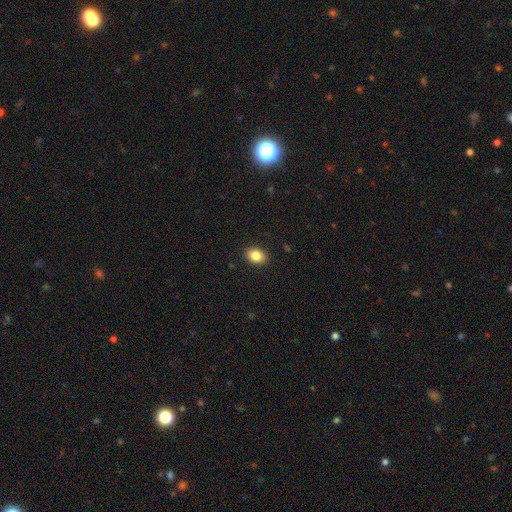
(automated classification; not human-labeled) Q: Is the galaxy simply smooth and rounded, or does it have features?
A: smooth — 85%.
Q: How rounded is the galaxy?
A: in between — 76%.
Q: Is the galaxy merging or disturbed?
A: none — 90%.